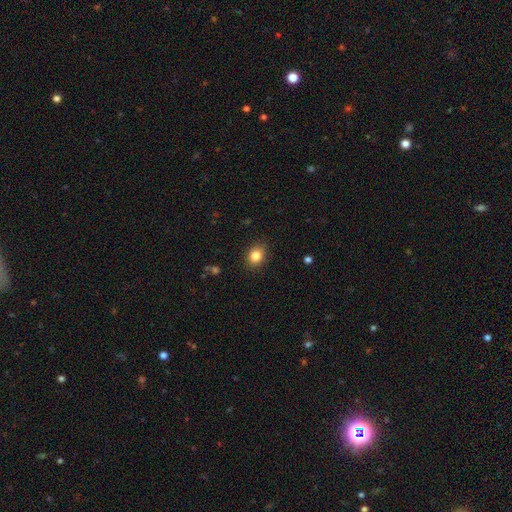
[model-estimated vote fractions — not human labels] smooth-or-featured: smooth: 85% | star or artifact: 10% | featured or disk: 6%
  how-rounded: in between: 50% | round: 49% | cigar-shaped: 1%
  merging: none: 88% | minor disturbance: 9% | major disturbance: 2% | merger: 1%